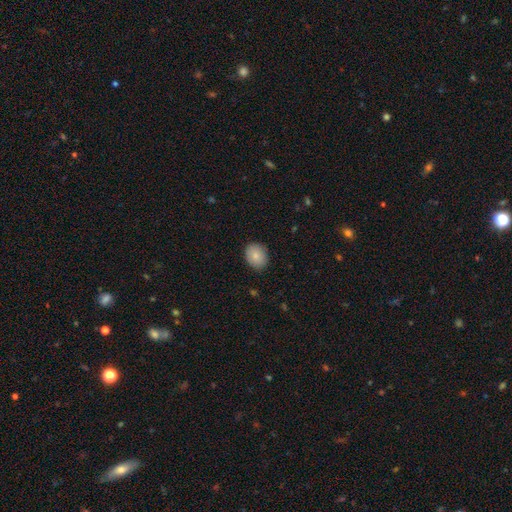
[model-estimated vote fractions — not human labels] A smooth galaxy with no disk features (85%) that is in between round and cigar-shaped (50%). Merging: none (87%).